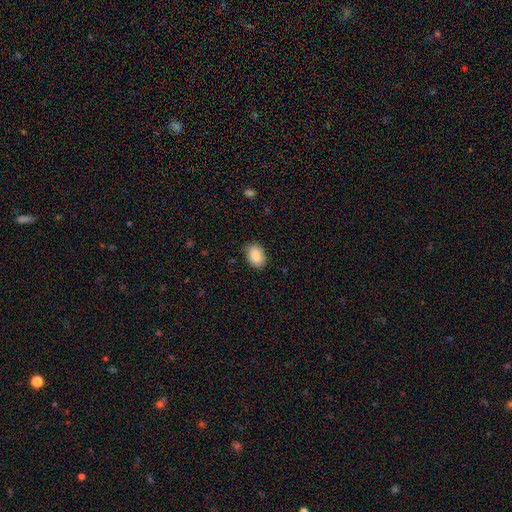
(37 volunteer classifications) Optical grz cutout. It shows a smooth galaxy with no disk features (92%) that is in between round and cigar-shaped (79%). Merging: none (69%).